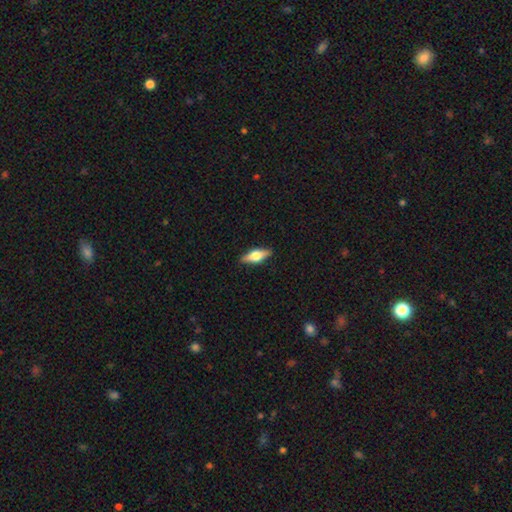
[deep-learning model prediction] Overall: featured or disk (48%; smooth 46%). Merging: none (89%).